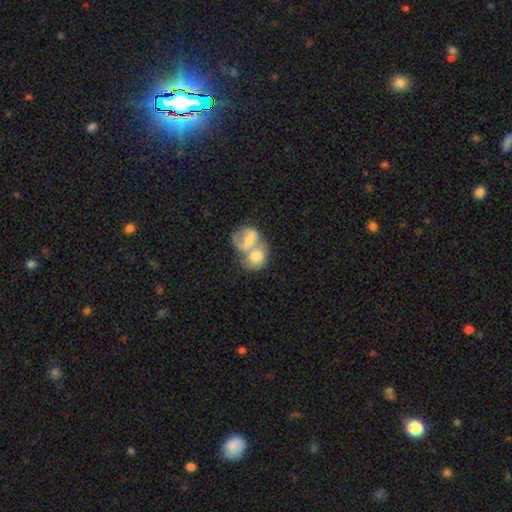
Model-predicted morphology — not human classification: A smooth galaxy with no disk features (63%) that is round (51%).

Vote fractions:
- Smooth or featured? smooth: 63% / featured or disk: 30% / star or artifact: 7%
- How rounded? round: 51% / in between: 47% / cigar-shaped: 1%
- Merging? merger: 76% / none: 13% / minor disturbance: 6% / major disturbance: 5%